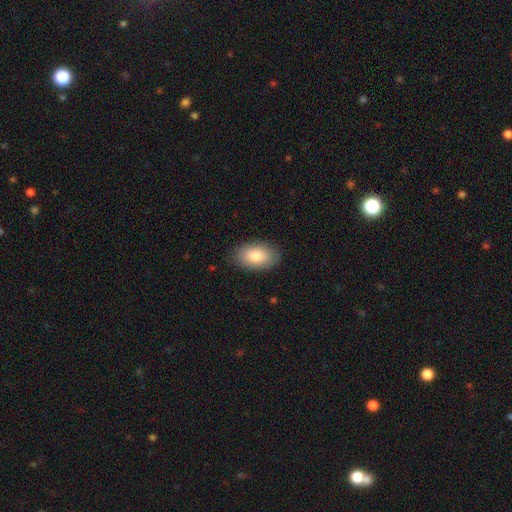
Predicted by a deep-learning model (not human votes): Q: Smooth or featured?
A: smooth (84%); runner-up: featured or disk (9%)
Q: How rounded?
A: in between (94%); runner-up: round (5%)
Q: Merging?
A: none (87%); runner-up: minor disturbance (10%)